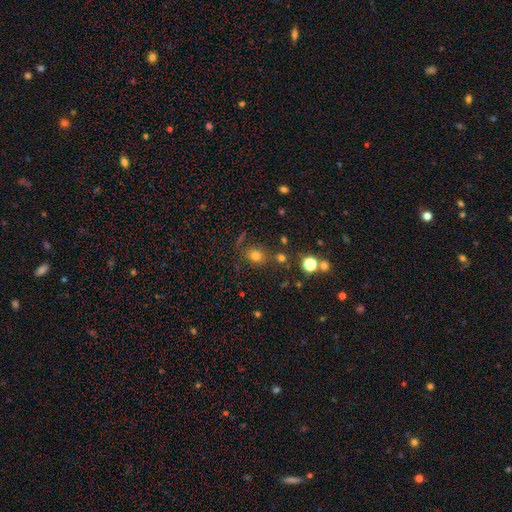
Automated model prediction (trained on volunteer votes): Smooth or featured?
  - smooth: 74% *
  - star or artifact: 17%
  - featured or disk: 8%
How rounded?
  - round: 64% *
  - in between: 35%
  - cigar-shaped: 1%
Merging?
  - none: 72% *
  - minor disturbance: 13%
  - merger: 8%
  - major disturbance: 6%